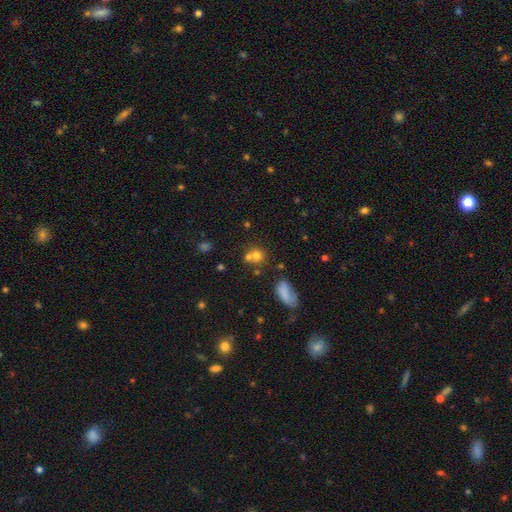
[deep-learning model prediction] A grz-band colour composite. It shows a smooth galaxy with no disk features (71%) that is round (79%). Merging: none (46%).